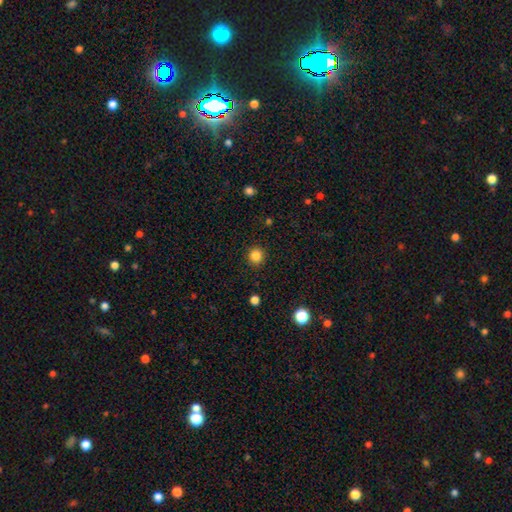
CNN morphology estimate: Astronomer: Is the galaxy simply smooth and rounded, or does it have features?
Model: smooth — 85%.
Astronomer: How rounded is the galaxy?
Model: round — 92%.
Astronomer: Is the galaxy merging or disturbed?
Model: none — 91%.